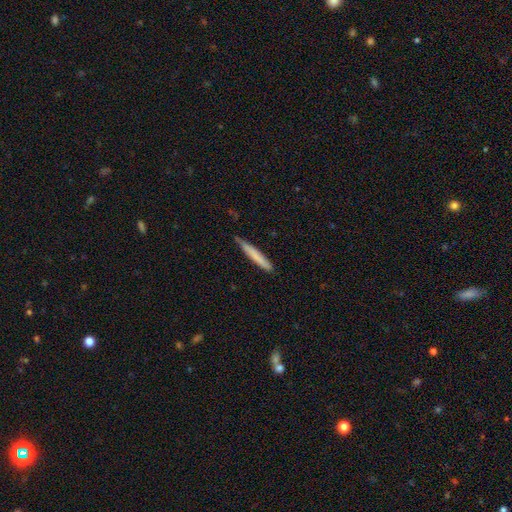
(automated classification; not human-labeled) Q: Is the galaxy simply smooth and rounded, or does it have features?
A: smooth — 72%.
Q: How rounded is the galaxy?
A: cigar-shaped — 95%.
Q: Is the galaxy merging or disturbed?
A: none — 77%.